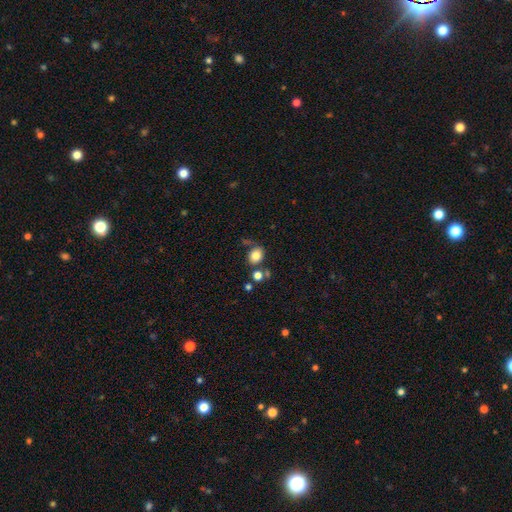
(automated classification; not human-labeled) This is likely a smooth galaxy (80%). How rounded: possibly in between (54%). Merging: likely none (66%).